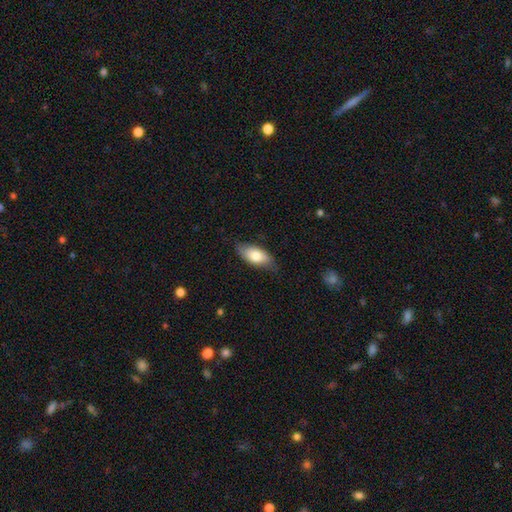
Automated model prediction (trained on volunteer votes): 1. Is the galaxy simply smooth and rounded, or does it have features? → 76% smooth, 18% featured or disk, 6% star or artifact.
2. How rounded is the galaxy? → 88% in between, 9% cigar-shaped, 3% round.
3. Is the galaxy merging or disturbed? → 74% none, 21% minor disturbance, 4% major disturbance, 1% merger.